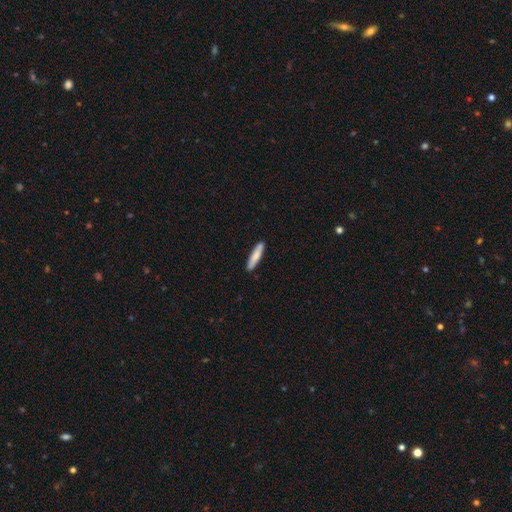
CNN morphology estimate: This is likely a smooth galaxy (77%). How rounded: clearly cigar-shaped (85%). Merging: clearly none (85%).